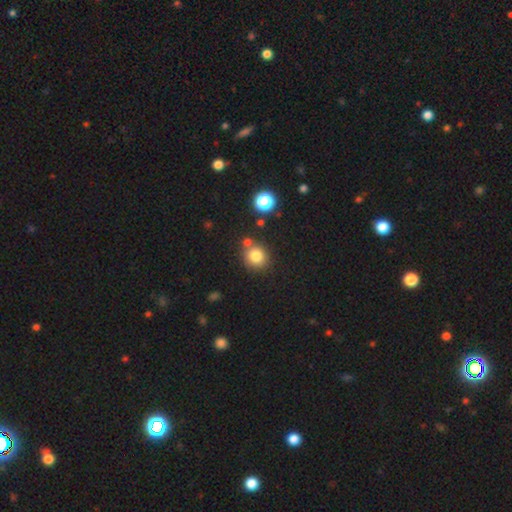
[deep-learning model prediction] This appears to be a smooth galaxy with no disk features (80%) that is round (83%). Merging: none (74%).